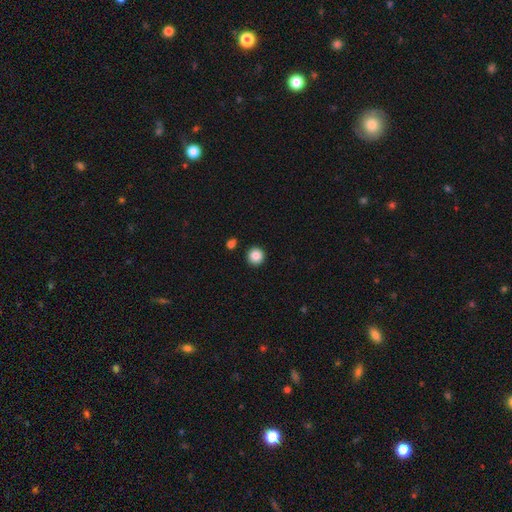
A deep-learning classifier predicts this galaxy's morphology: Smooth or featured?
  - smooth: 87% *
  - star or artifact: 9%
  - featured or disk: 3%
How rounded?
  - round: 95% *
  - in between: 4%
  - cigar-shaped: 1%
Merging?
  - none: 92% *
  - minor disturbance: 5%
  - merger: 2%
  - major disturbance: 2%